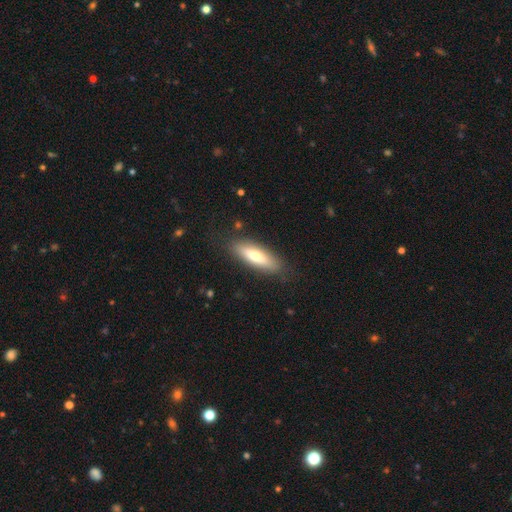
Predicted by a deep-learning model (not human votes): This appears to be a smooth galaxy with no disk features (65%) that is cigar-shaped (49%, tied with in between). Merging: none (85%).